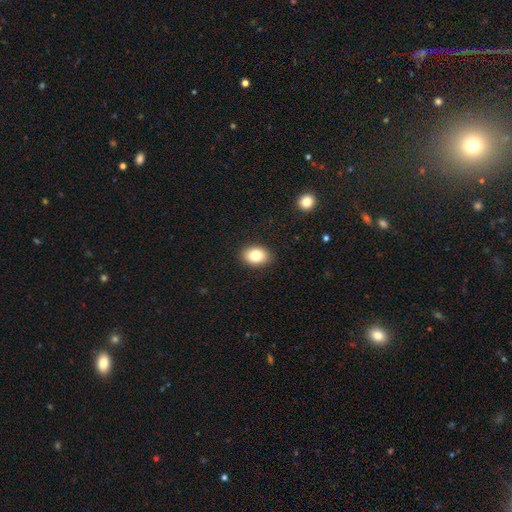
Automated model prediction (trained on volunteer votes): Smooth or featured? smooth (82%)
How rounded? in between (75%)
Merging? none (89%)